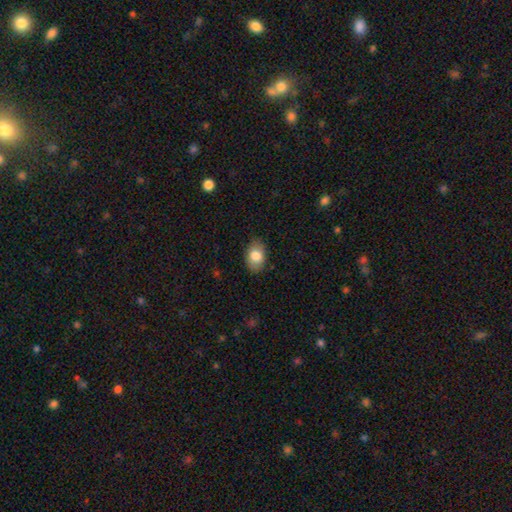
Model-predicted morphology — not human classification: Smooth or featured?
  - smooth: 82% *
  - featured or disk: 11%
  - star or artifact: 7%
How rounded?
  - in between: 85% *
  - round: 14%
  - cigar-shaped: 1%
Merging?
  - none: 83% *
  - minor disturbance: 13%
  - major disturbance: 3%
  - merger: 1%